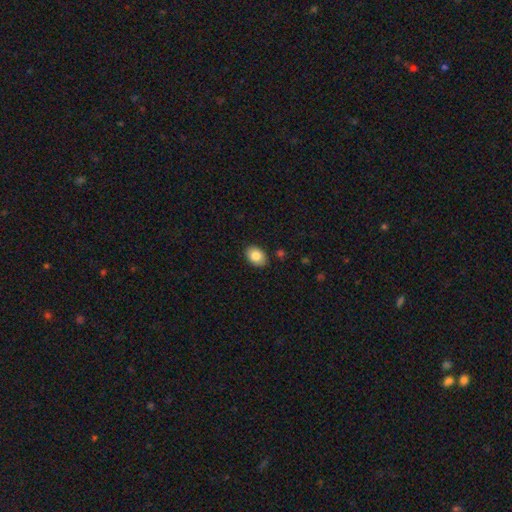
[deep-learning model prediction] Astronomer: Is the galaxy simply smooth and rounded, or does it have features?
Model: smooth — 83%.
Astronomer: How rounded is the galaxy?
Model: in between — 78%.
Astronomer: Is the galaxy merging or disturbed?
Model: none — 87%.